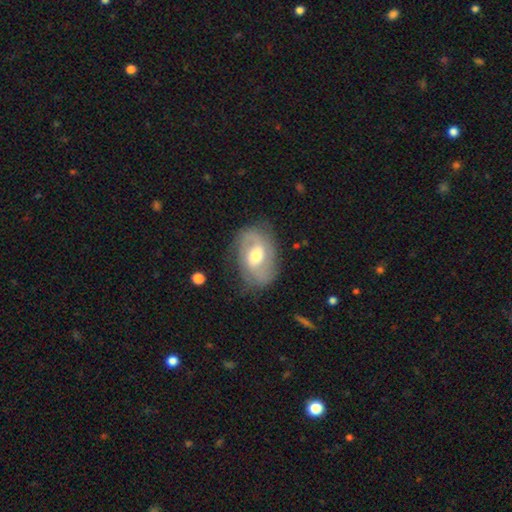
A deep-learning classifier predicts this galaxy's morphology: This appears to be a featured or disk galaxy (73%) with a weak bar (50%), 2 (79%) medium (46%) spiral arms (86%) and a moderate central bulge (70%). Merging: none (73%).